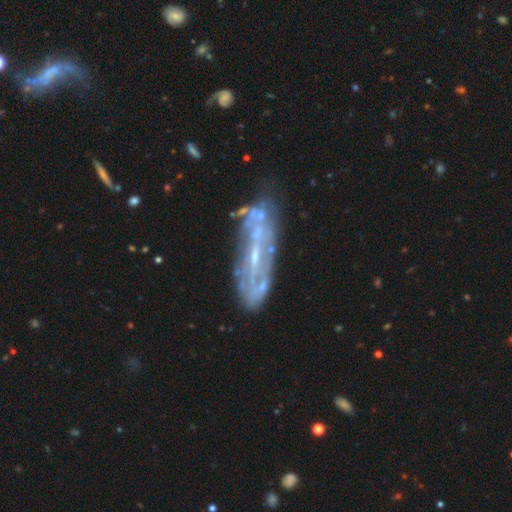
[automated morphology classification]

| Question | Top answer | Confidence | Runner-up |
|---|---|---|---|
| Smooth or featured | featured or disk | 79% | smooth (13%) |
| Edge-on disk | no | 78% | yes (22%) |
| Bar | no | 36% | tied: weak (36%) |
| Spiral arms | yes | 64% | no (36%) |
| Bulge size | small | 67% | moderate (19%) |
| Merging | none | 61% | minor disturbance (22%) |